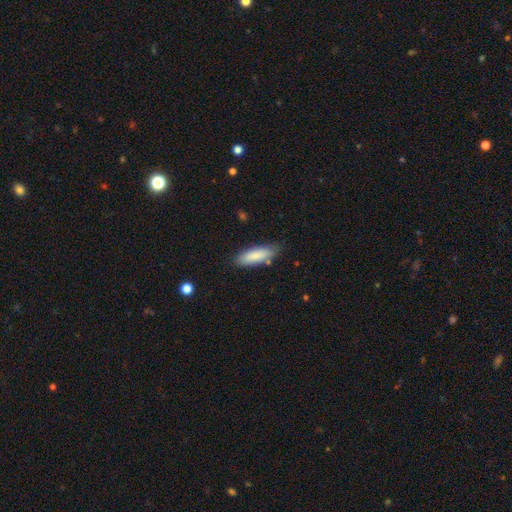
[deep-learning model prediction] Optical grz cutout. It shows a smooth galaxy with no disk features (85%) that is in between round and cigar-shaped (55%). Merging: none (81%).